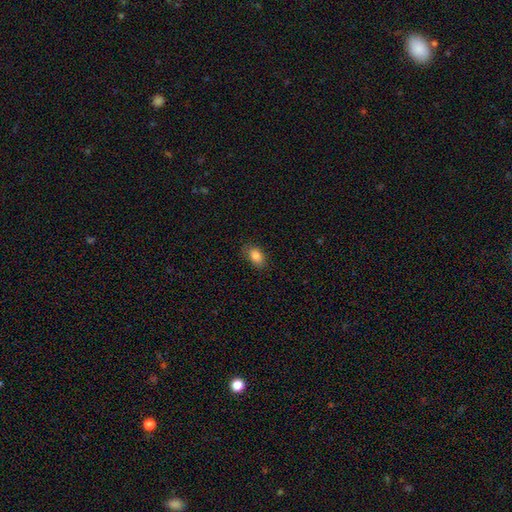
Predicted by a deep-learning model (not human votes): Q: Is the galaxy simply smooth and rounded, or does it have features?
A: smooth — 86%.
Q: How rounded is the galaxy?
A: in between — 86%.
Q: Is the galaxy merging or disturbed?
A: none — 80%.